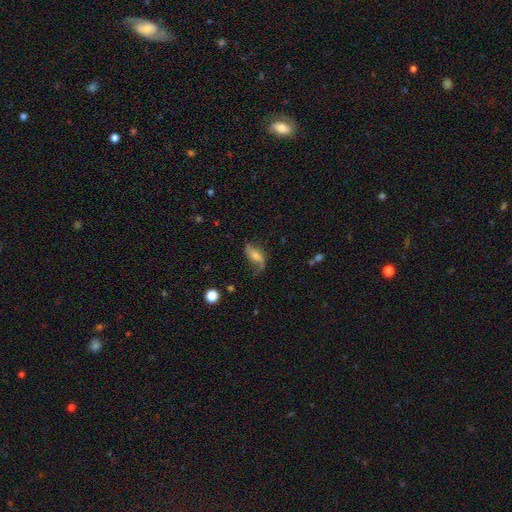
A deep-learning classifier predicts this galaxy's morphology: A featured or disk galaxy (71%) with no bar (47%), 2 (80%) loose (81%) spiral arms (90%) and a moderate central bulge (47%). Merging: none (56%).